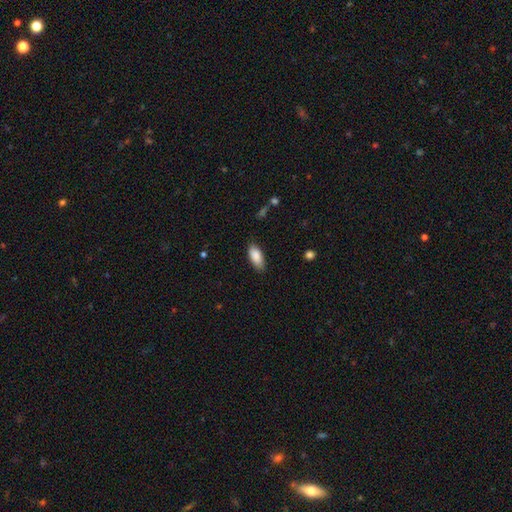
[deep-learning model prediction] The model was most divided on "merging": none: 82%, minor disturbance: 14%, major disturbance: 3%, merger: 1%. More confident: smooth or featured — smooth (89%); how rounded — in between (87%).